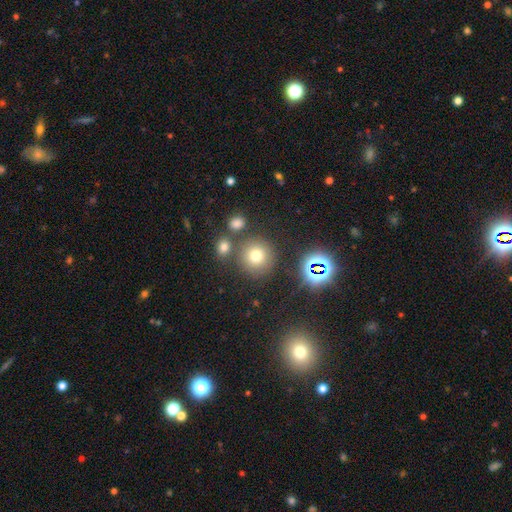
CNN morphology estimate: Smooth or featured: smooth — 69% (star or artifact — 21%)
How rounded: round — 93% (in between — 6%)
Merging: none — 79% (merger — 9%)